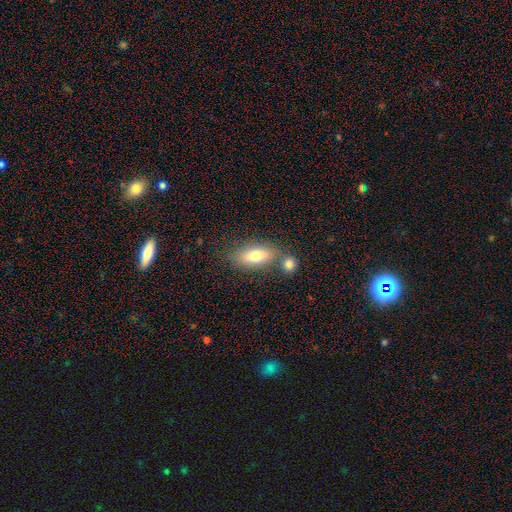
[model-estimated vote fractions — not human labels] smooth-or-featured: smooth: 74% | featured or disk: 19% | star or artifact: 7%
  how-rounded: in between: 81% | cigar-shaped: 14% | round: 5%
  merging: none: 56% | merger: 27% | minor disturbance: 13% | major disturbance: 5%